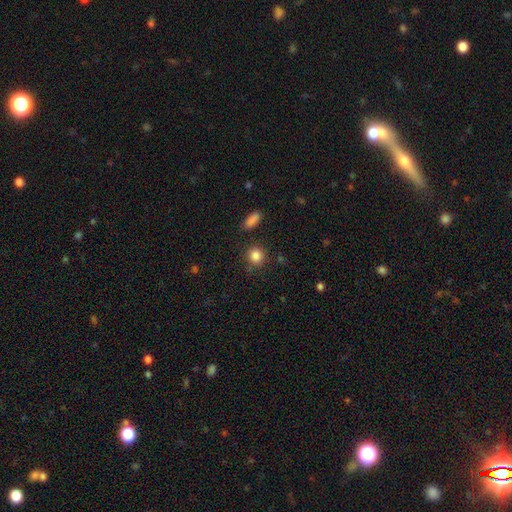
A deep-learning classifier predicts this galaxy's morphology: type=smooth (86%); roundness=round (85%); merging=none (83%).